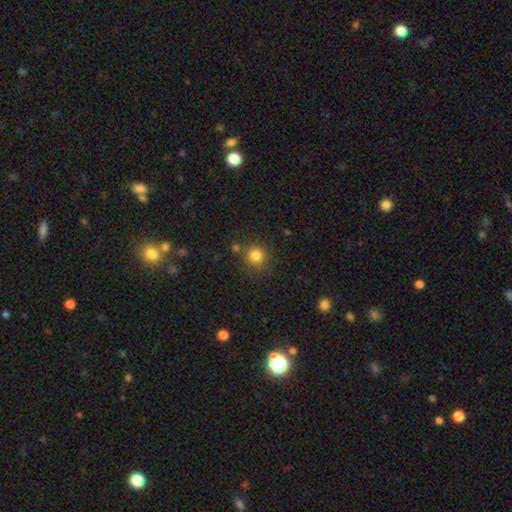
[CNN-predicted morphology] A smooth galaxy with no disk features (83%) that is round (92%).

Vote fractions:
- Smooth or featured? smooth: 83% / star or artifact: 12% / featured or disk: 5%
- How rounded? round: 92% / in between: 7% / cigar-shaped: 1%
- Merging? none: 80% / minor disturbance: 10% / merger: 6% / major disturbance: 3%